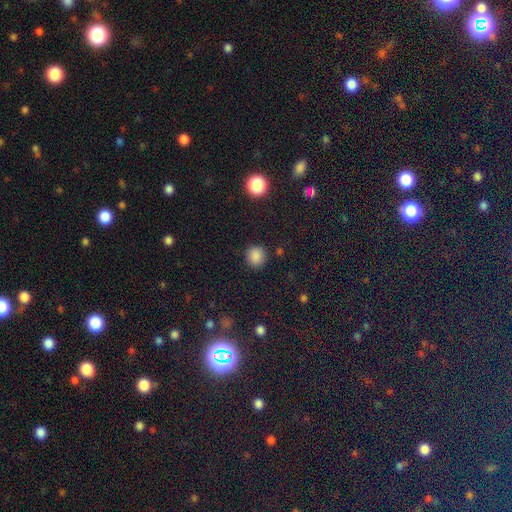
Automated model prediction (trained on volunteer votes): smooth_or_featured: smooth (p=0.85) [alt: star or artifact p=0.11]
how_rounded: round (p=0.87) [alt: in between p=0.12]
merging: none (p=0.88) [alt: minor disturbance p=0.08]